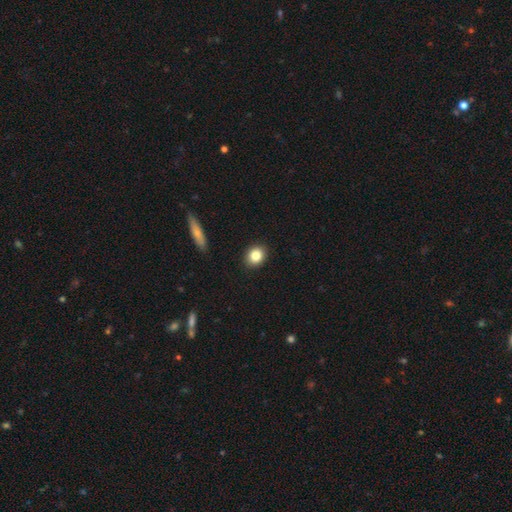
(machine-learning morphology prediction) type=smooth (84%); roundness=round (59%); merging=none (91%).